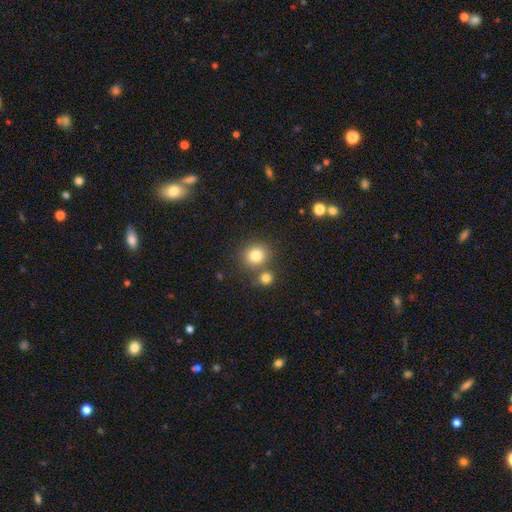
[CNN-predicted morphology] Smooth or featured: smooth — 81% (star or artifact — 11%)
How rounded: round — 85% (in between — 14%)
Merging: none — 67% (merger — 21%)